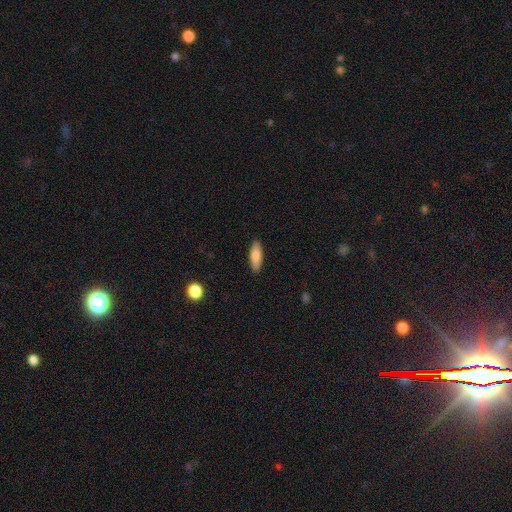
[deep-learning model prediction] Smooth or featured? smooth (82%)
How rounded? in between (51%)
Merging? none (89%)